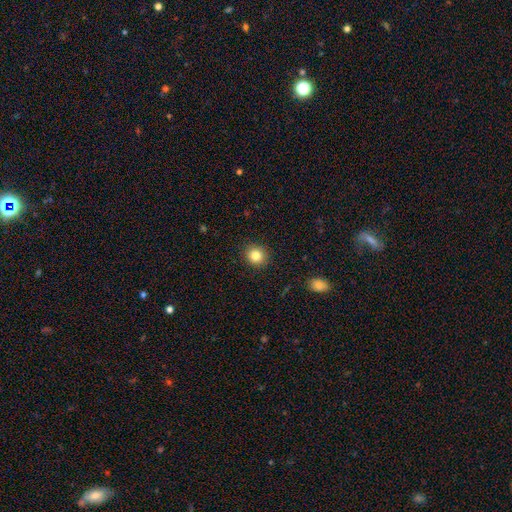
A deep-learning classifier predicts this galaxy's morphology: Overall: smooth (83%). How rounded: round (85%). Merging: none (91%).